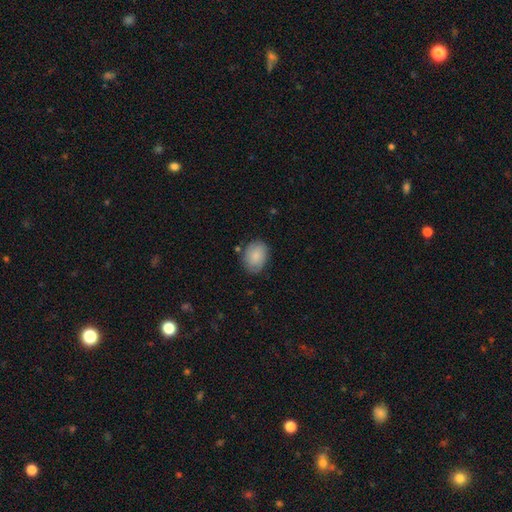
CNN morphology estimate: Q: Smooth or featured?
A: smooth (81%); runner-up: featured or disk (12%)
Q: How rounded?
A: in between (73%); runner-up: round (26%)
Q: Merging?
A: none (77%); runner-up: minor disturbance (17%)